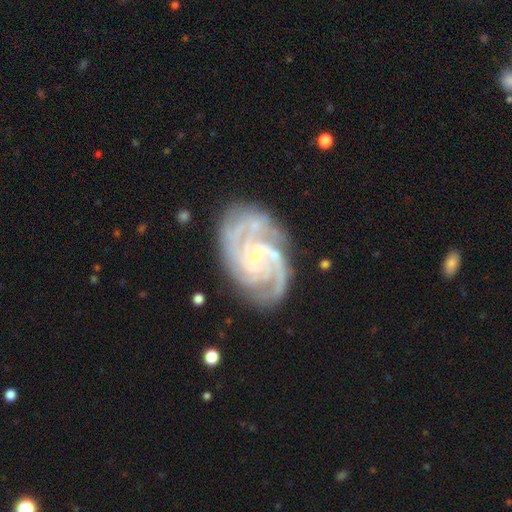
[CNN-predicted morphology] Smooth or featured? featured or disk (91%)
Edge-on disk? no (98%)
Bar? no (55%)
Spiral arms? yes (98%)
Spiral winding? tight (58%)
Spiral arm count? 3 (32%)
Bulge size? small (82%)
Merging? none (75%)